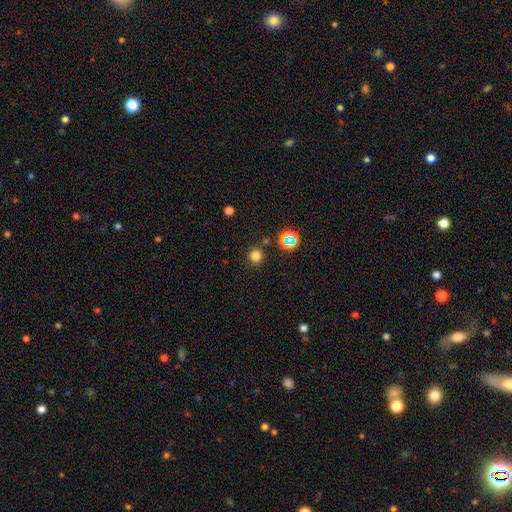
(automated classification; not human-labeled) The model was most divided on "smooth or featured": smooth: 75%, star or artifact: 20%, featured or disk: 5%. More confident: how rounded — round (91%); merging — none (85%).